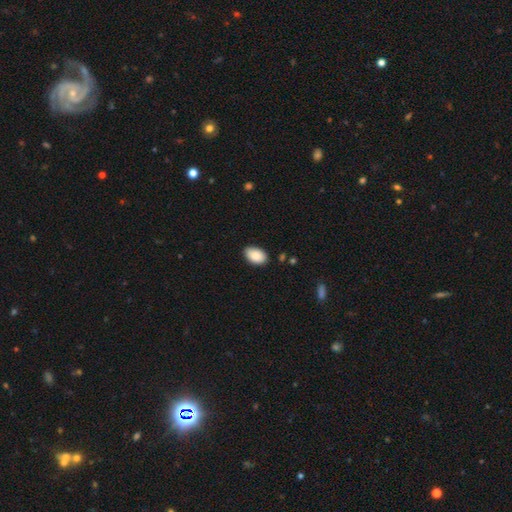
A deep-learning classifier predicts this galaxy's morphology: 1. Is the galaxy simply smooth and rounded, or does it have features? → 89% smooth, 7% star or artifact, 5% featured or disk.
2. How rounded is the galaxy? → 93% in between, 6% round, 1% cigar-shaped.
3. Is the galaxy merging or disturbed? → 85% none, 11% minor disturbance, 2% major disturbance, 1% merger.